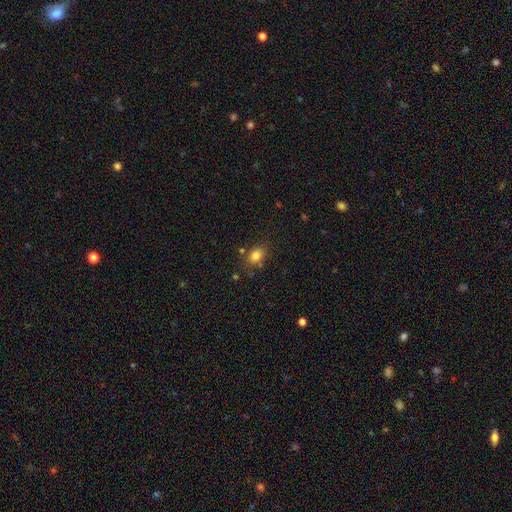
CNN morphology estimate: Overall: smooth (81%). How rounded: in between (56%; round 43%). Merging: none (74%).